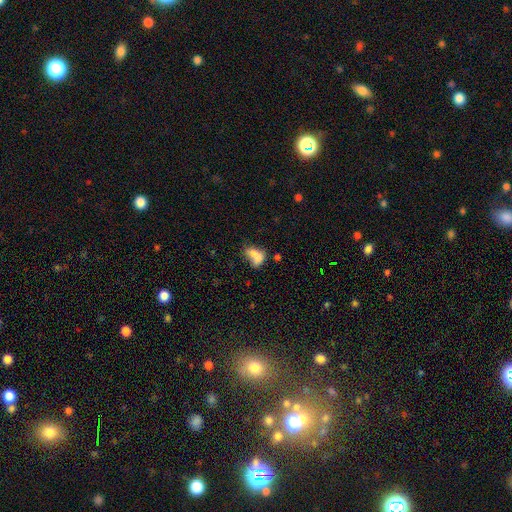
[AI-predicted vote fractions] smooth-or-featured: smooth: 70% | featured or disk: 19% | star or artifact: 10%
  how-rounded: in between: 78% | round: 20% | cigar-shaped: 3%
  merging: merger: 56% | none: 21% | minor disturbance: 13% | major disturbance: 11%